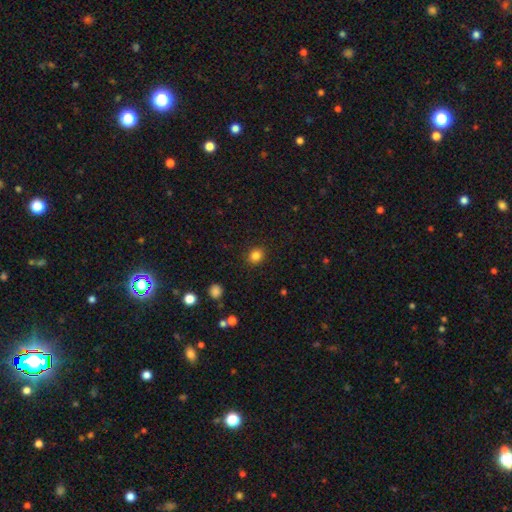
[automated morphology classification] A smooth galaxy with no disk features (84%) that is round (71%).

Vote fractions:
- Smooth or featured? smooth: 84% / star or artifact: 12% / featured or disk: 5%
- How rounded? round: 71% / in between: 28% / cigar-shaped: 1%
- Merging? none: 89% / minor disturbance: 7% / major disturbance: 2% / merger: 1%